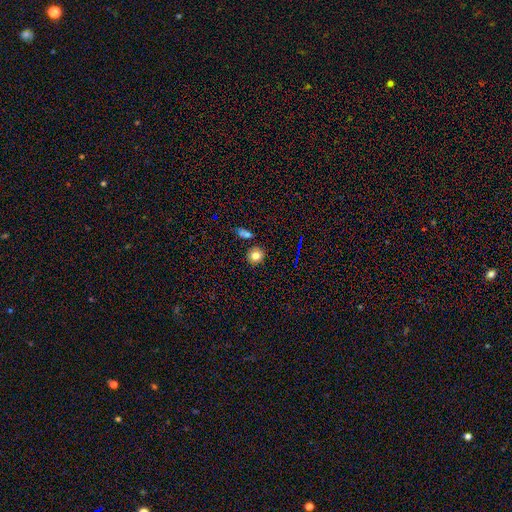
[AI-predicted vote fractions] Smooth or featured? Predicted: smooth (p=0.79). How rounded? Predicted: round (p=0.85). Merging? Predicted: none (p=0.84).